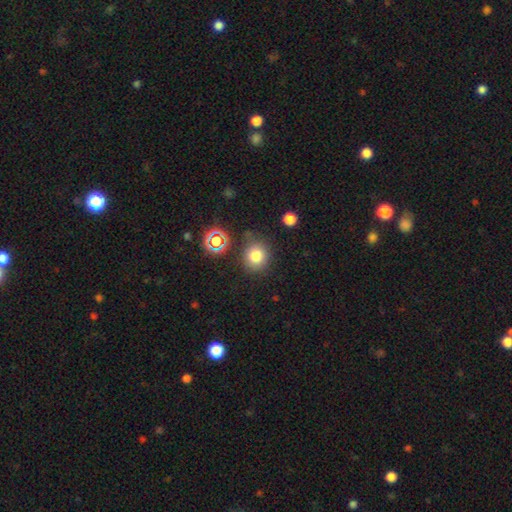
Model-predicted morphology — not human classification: Q: Smooth or featured?
A: smooth (78%); runner-up: star or artifact (15%)
Q: How rounded?
A: round (84%); runner-up: in between (15%)
Q: Merging?
A: none (79%); runner-up: minor disturbance (12%)